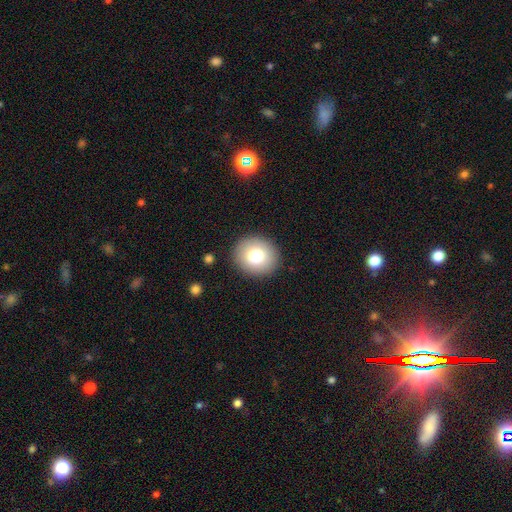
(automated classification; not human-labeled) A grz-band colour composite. It shows a smooth galaxy with no disk features (77%) that is round (82%). Merging: none (91%).